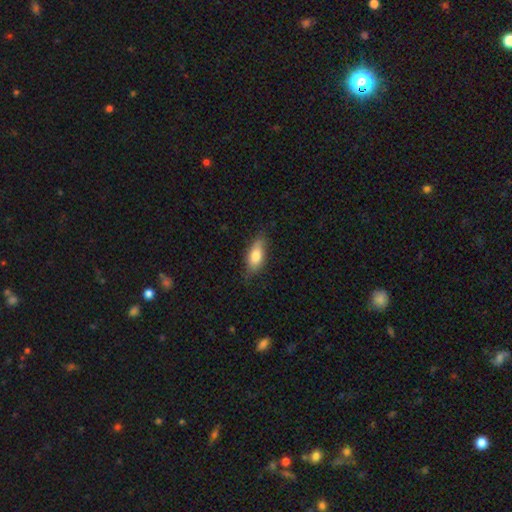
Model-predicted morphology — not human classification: A smooth galaxy with no disk features (78%) that is in between round and cigar-shaped (80%). Merging: none (76%).